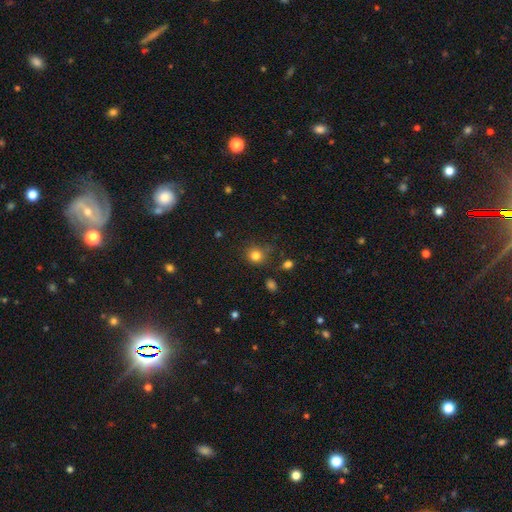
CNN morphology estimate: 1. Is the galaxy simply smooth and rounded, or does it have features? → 81% smooth, 13% star or artifact, 6% featured or disk.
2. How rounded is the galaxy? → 85% round, 14% in between, 1% cigar-shaped.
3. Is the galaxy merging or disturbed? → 75% none, 17% minor disturbance, 5% major disturbance, 3% merger.